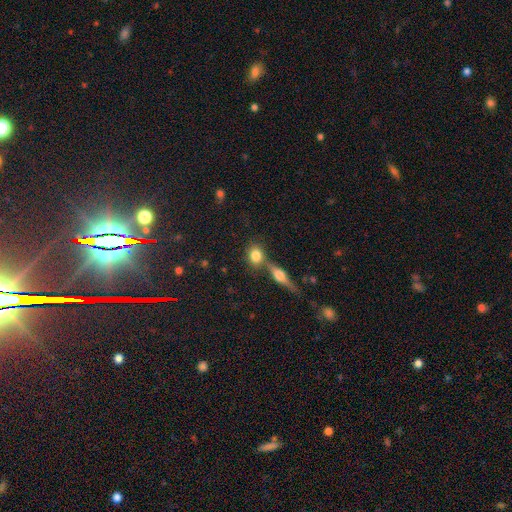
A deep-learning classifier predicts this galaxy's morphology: Smooth or featured: smooth — 77% (featured or disk — 14%)
How rounded: round — 49% (in between — 46%)
Merging: none — 57% (merger — 29%)